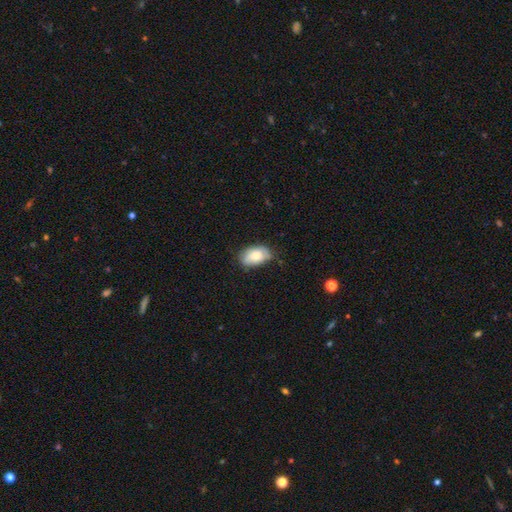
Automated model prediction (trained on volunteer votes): This is likely a smooth galaxy (76%). How rounded: clearly in between (90%). Merging: likely none (62%).